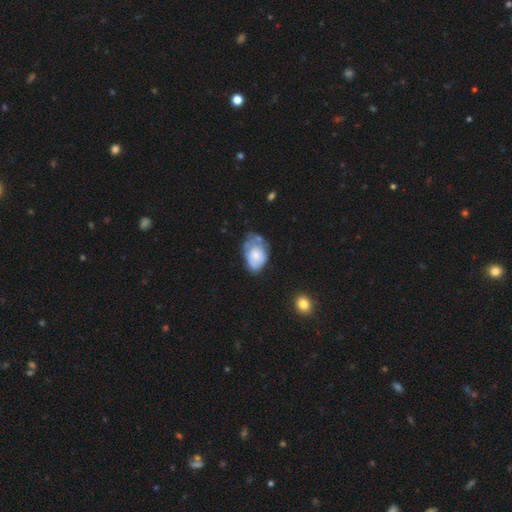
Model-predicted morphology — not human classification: Q: Smooth or featured?
A: smooth (57%); runner-up: featured or disk (35%)
Q: How rounded?
A: in between (84%); runner-up: round (15%)
Q: Merging?
A: minor disturbance (36%); runner-up: none (34%)